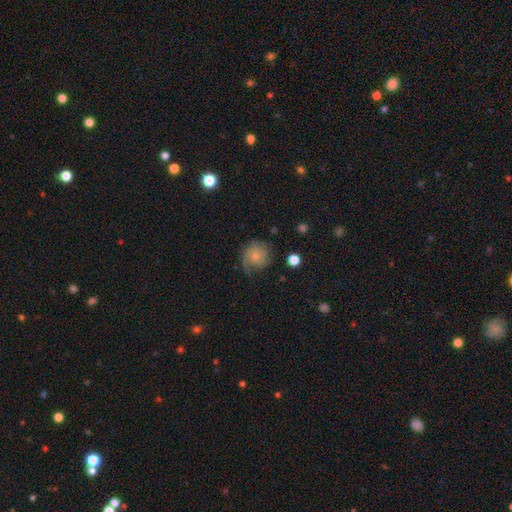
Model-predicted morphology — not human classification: smooth_or_featured: featured or disk (p=0.49) [alt: smooth p=0.42]
merging: none (p=0.57) [alt: minor disturbance p=0.25]